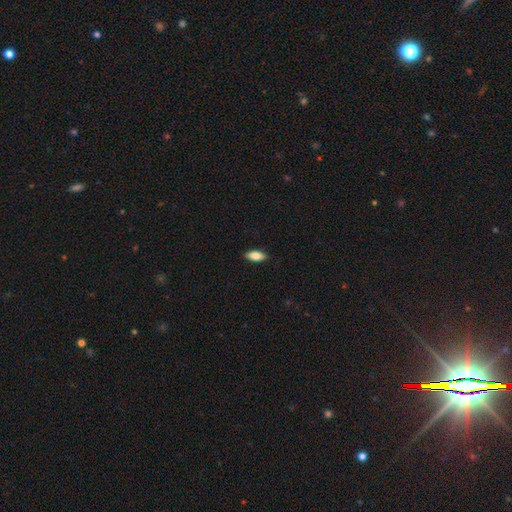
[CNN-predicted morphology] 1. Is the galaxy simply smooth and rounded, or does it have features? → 80% smooth, 14% featured or disk, 6% star or artifact.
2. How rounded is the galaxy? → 81% in between, 16% cigar-shaped, 2% round.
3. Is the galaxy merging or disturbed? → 88% none, 9% minor disturbance, 2% major disturbance, 1% merger.